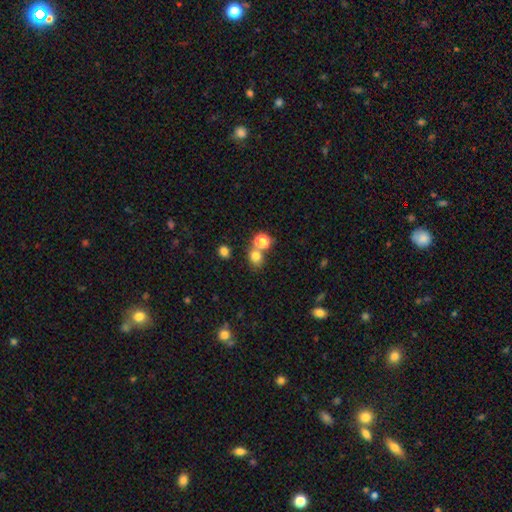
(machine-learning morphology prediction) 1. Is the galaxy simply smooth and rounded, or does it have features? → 77% smooth, 17% star or artifact, 6% featured or disk.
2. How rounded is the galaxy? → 71% round, 28% in between, 1% cigar-shaped.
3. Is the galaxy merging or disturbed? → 60% none, 27% merger, 9% minor disturbance, 4% major disturbance.